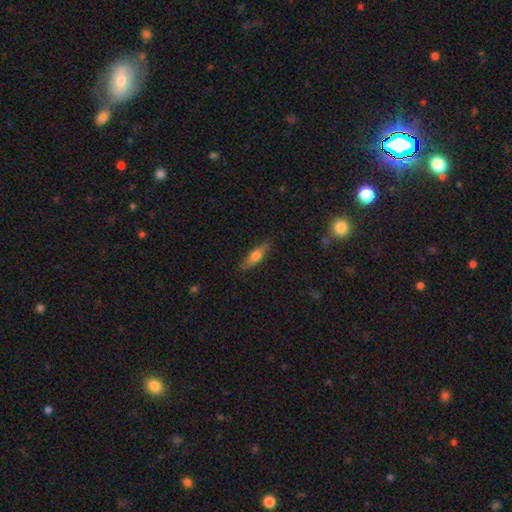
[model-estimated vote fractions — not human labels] Smooth or featured? smooth (62%)
How rounded? cigar-shaped (56%)
Merging? none (84%)